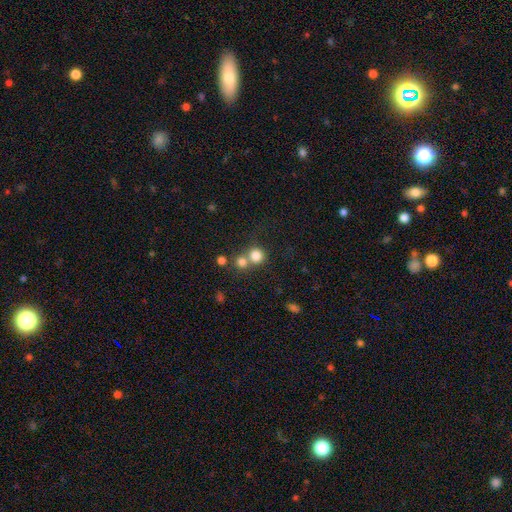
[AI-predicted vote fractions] This appears to be a smooth galaxy with no disk features (80%) that is round (89%). Merging: none (49%).